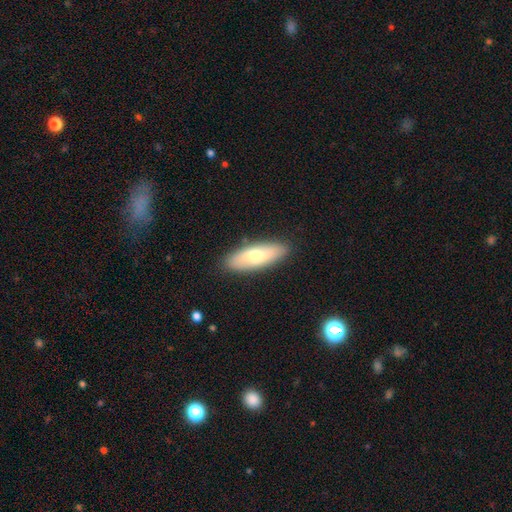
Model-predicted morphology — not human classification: smooth 64%, featured or disk 29%, star or artifact 6%. Down the decision tree: how rounded — in between (60%); merging — none (88%).